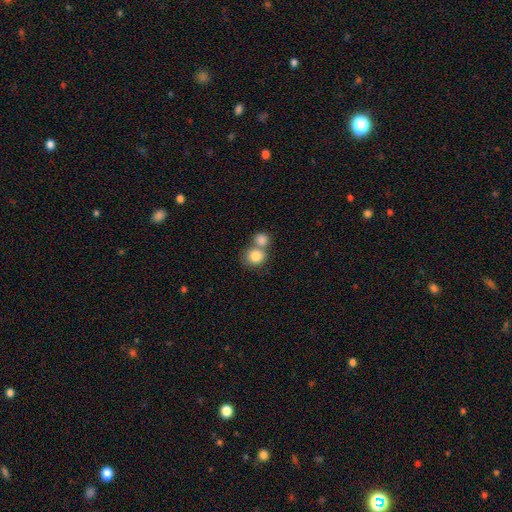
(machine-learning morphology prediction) A smooth galaxy with no disk features (83%) that is round (79%). Merging: merger (52%).